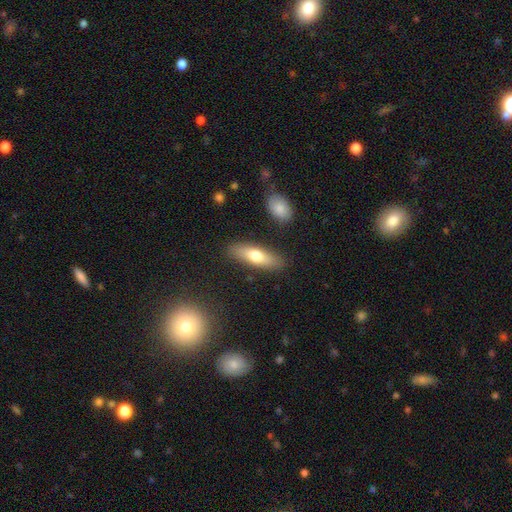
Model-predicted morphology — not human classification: A smooth galaxy with no disk features (67%) that is cigar-shaped (49%, tied with in between).

Vote fractions:
- Smooth or featured? smooth: 67% / featured or disk: 27% / star or artifact: 6%
- How rounded? cigar-shaped: 49% (tied) / in between: 49% (tied) / round: 2%
- Merging? none: 85% / minor disturbance: 10% / merger: 3% / major disturbance: 3%